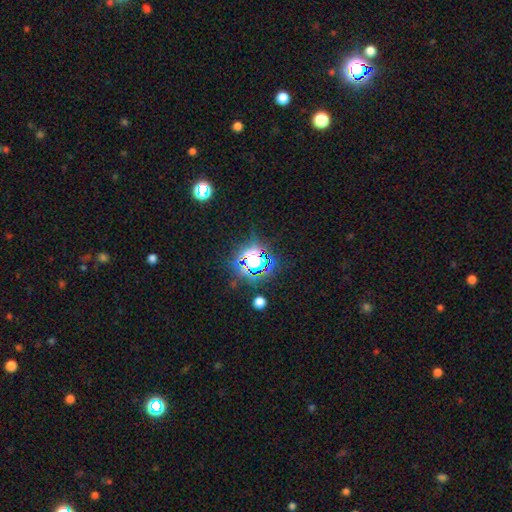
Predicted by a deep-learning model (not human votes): The model was most divided on "smooth or featured": star or artifact: 72%, smooth: 18%, featured or disk: 10%.